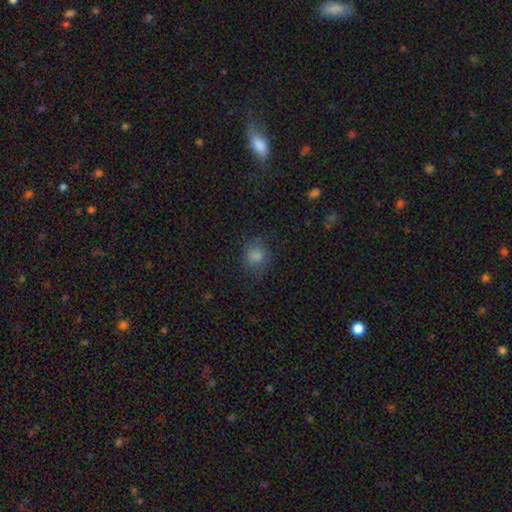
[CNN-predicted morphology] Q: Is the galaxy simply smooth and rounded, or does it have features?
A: smooth — 78%.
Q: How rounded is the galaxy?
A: round — 77%.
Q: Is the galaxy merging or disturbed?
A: none — 78%.